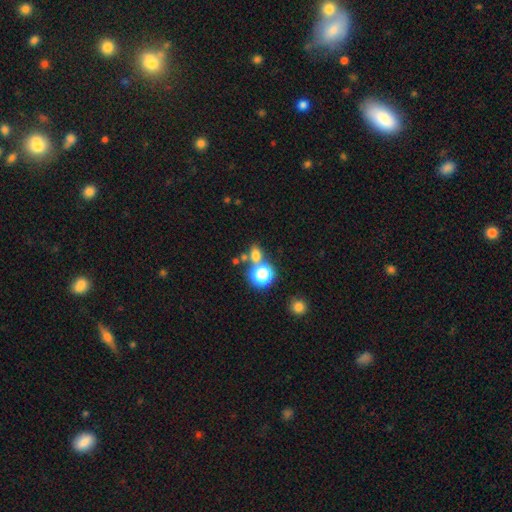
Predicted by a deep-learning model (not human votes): Overall: smooth (67%). How rounded: round (50%; in between 48%). Merging: none (61%; merger 24%).